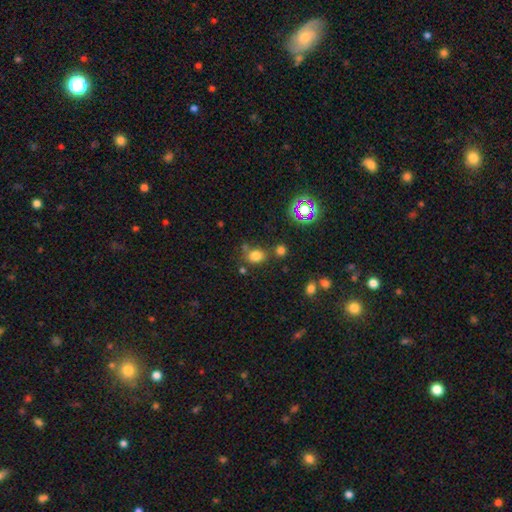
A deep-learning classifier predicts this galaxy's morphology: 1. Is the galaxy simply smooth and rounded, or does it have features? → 76% smooth, 17% star or artifact, 7% featured or disk.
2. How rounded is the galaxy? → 56% round, 43% in between, 1% cigar-shaped.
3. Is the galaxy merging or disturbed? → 66% none, 14% minor disturbance, 14% merger, 5% major disturbance.